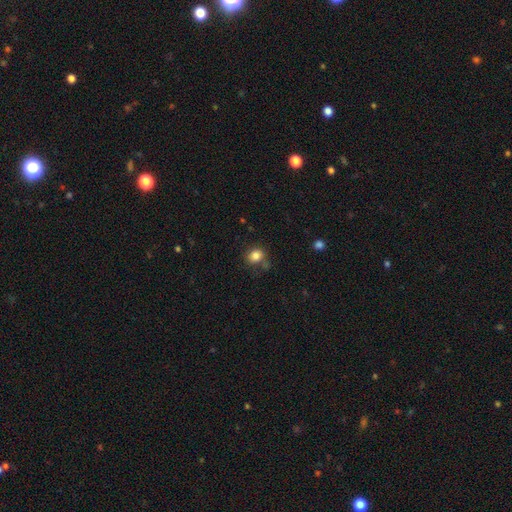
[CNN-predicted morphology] Q: Smooth or featured?
A: smooth (83%); runner-up: star or artifact (11%)
Q: How rounded?
A: round (66%); runner-up: in between (33%)
Q: Merging?
A: none (70%); runner-up: minor disturbance (17%)